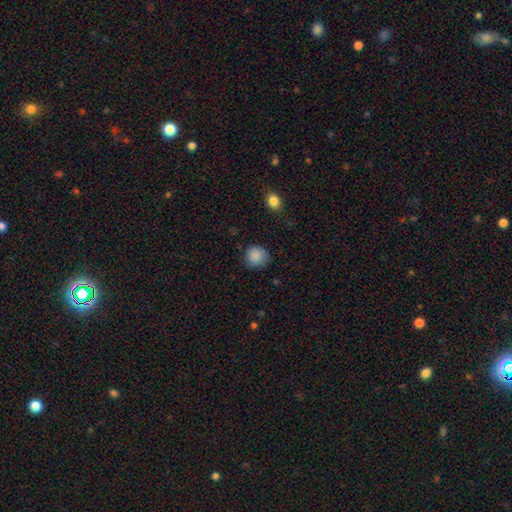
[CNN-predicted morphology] A smooth galaxy with no disk features (88%) that is round (89%). Merging: none (83%).